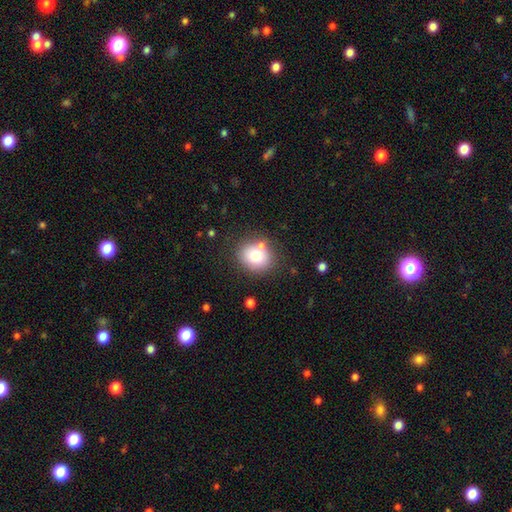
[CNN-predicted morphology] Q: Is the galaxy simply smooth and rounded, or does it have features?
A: smooth — 76%.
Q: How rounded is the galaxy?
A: round — 69%.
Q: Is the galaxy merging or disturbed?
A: none — 74%.